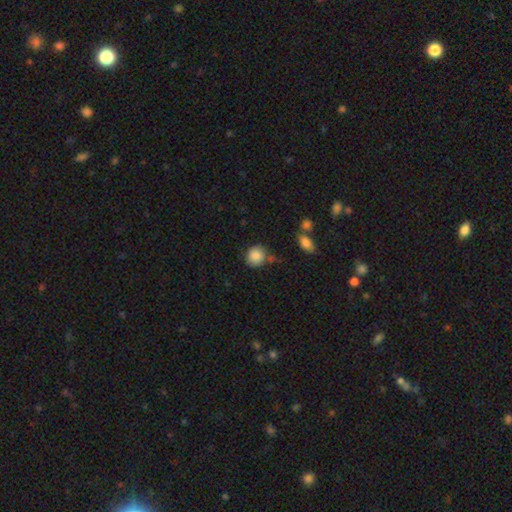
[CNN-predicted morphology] smooth 86%, star or artifact 8%, featured or disk 6%. Down the decision tree: how rounded — round (83%); merging — none (71%).